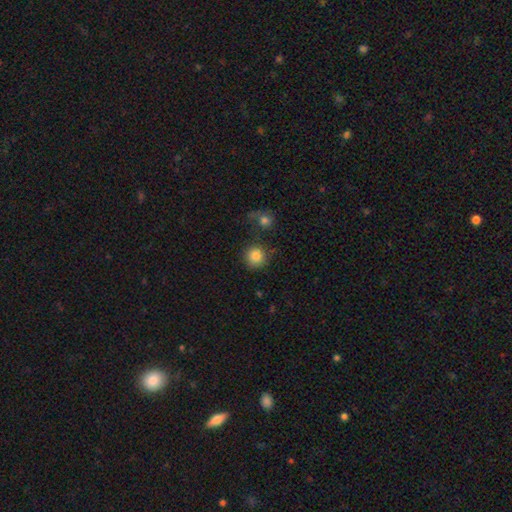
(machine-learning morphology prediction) This is clearly a smooth galaxy (84%). How rounded: clearly round (93%). Merging: likely none (76%).